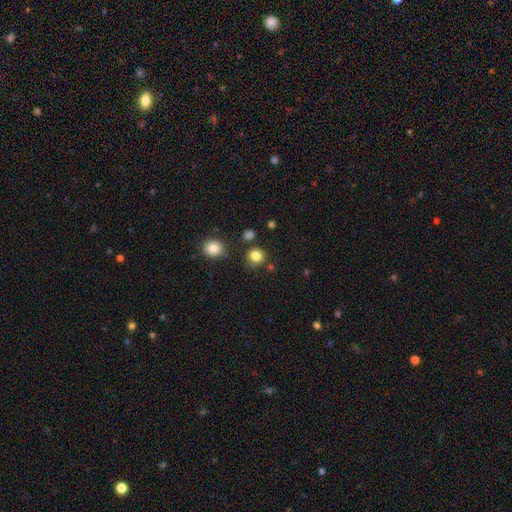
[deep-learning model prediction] Overall: smooth (83%). How rounded: round (87%). Merging: none (81%).